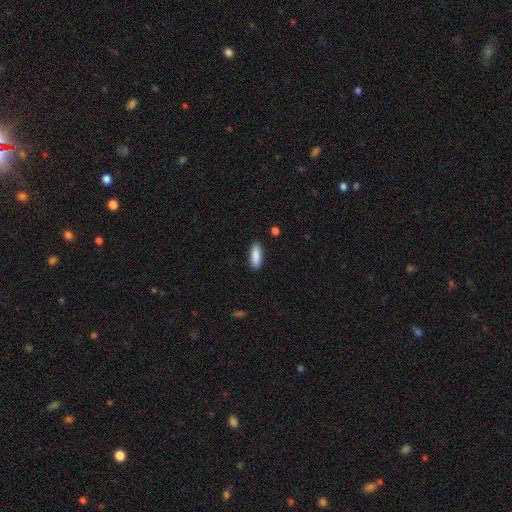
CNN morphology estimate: Smooth or featured? smooth (89%)
How rounded? in between (63%)
Merging? none (89%)